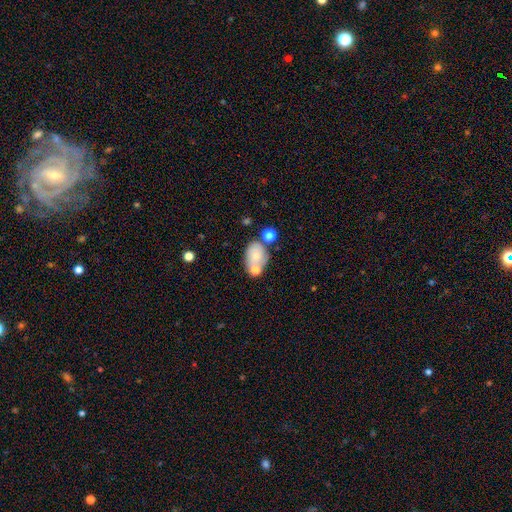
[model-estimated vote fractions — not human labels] Smooth or featured: smooth — 65% (featured or disk — 26%)
How rounded: in between — 76% (round — 22%)
Merging: none — 51% (merger — 24%)